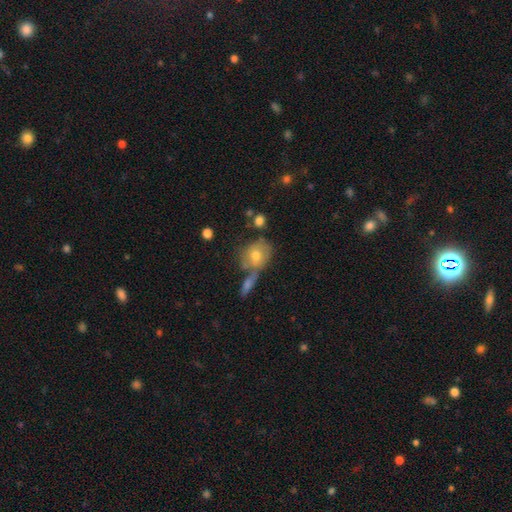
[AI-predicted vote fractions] smooth-or-featured: smooth: 61% | featured or disk: 27% | star or artifact: 12%
  how-rounded: round: 63% | in between: 34% | cigar-shaped: 2%
  merging: none: 51% | merger: 28% | minor disturbance: 15% | major disturbance: 7%